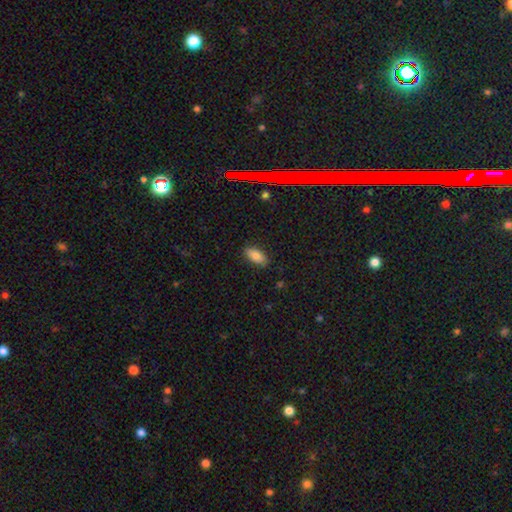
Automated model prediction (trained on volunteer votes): The model was most divided on "smooth or featured": smooth: 84%, star or artifact: 9%, featured or disk: 7%. More confident: how rounded — in between (91%); merging — none (87%).